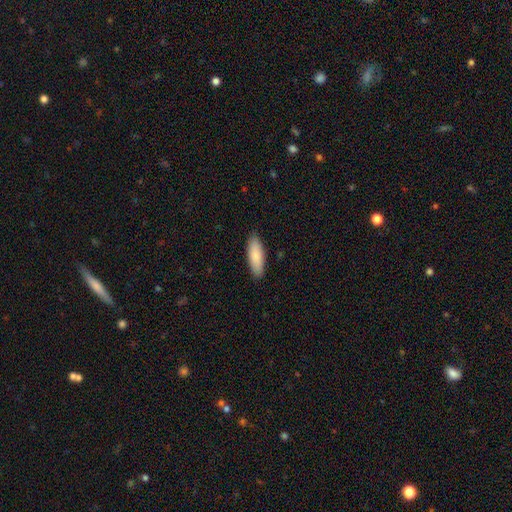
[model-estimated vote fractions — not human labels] This is clearly a smooth galaxy (85%). How rounded: likely in between (61%). Merging: clearly none (88%).